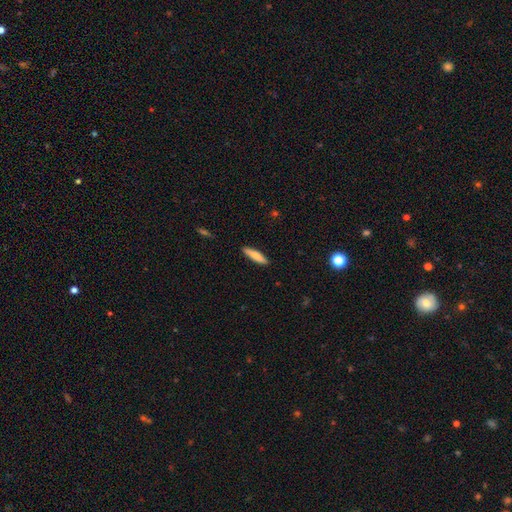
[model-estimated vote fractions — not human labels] Smooth or featured? smooth (81%)
How rounded? cigar-shaped (80%)
Merging? none (90%)